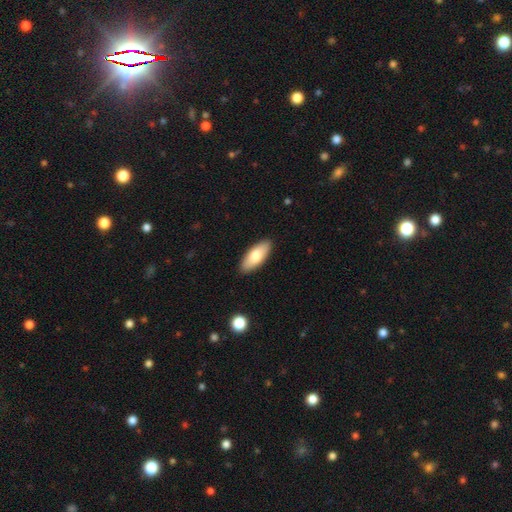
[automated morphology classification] A smooth galaxy with no disk features (76%) that is in between round and cigar-shaped (80%).

Vote fractions:
- Smooth or featured? smooth: 76% / featured or disk: 18% / star or artifact: 6%
- How rounded? in between: 80% / cigar-shaped: 18% / round: 2%
- Merging? none: 89% / minor disturbance: 8% / major disturbance: 2% / merger: 1%